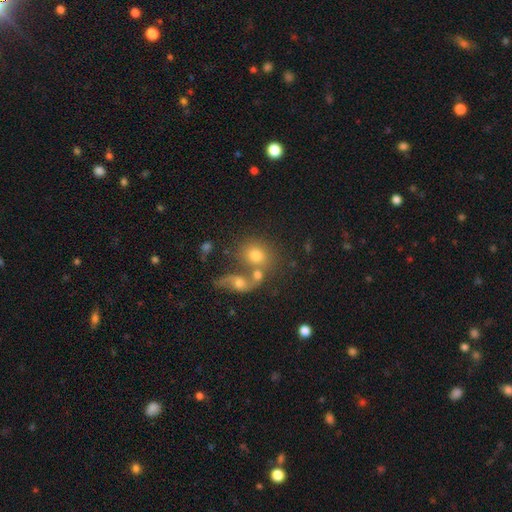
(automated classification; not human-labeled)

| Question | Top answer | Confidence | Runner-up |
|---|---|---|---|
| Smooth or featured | smooth | 61% | featured or disk (24%) |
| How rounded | round | 66% | in between (32%) |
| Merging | merger | 42% | none (41%) |